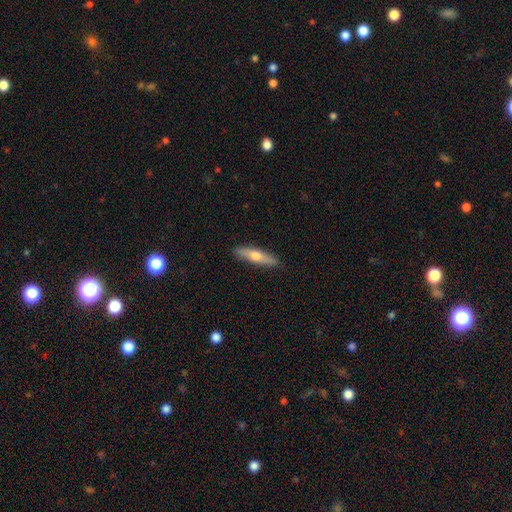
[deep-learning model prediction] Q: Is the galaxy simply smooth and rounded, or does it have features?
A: smooth — 50%.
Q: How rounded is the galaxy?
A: cigar-shaped — 81%.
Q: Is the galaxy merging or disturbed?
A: none — 90%.